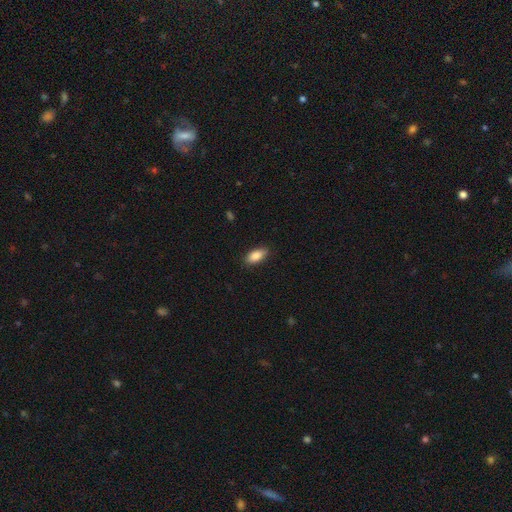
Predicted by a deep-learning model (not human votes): A smooth galaxy with no disk features (87%) that is in between round and cigar-shaped (89%). Merging: none (85%).